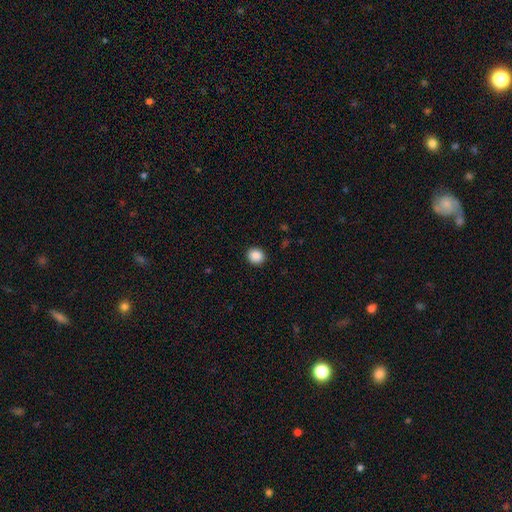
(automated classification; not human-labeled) smooth 88%, star or artifact 9%, featured or disk 3%. Down the decision tree: how rounded — round (85%); merging — none (92%).